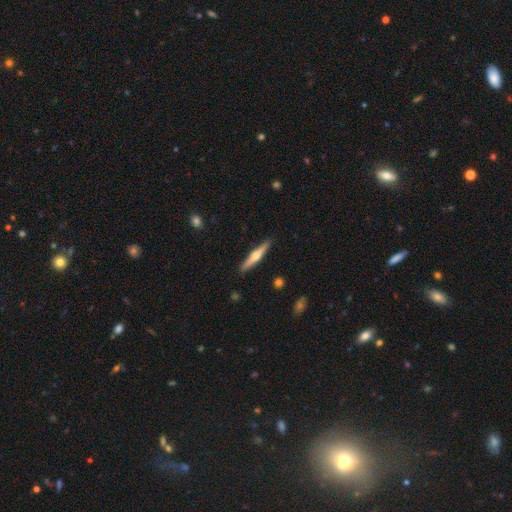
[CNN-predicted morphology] featured or disk 59%, smooth 36%, star or artifact 5%. Down the decision tree: edge-on disk — yes (97%); edge-on bulge — rounded (90%); merging — none (90%).